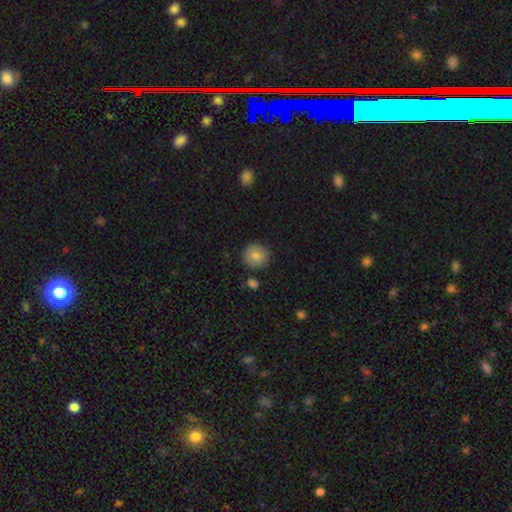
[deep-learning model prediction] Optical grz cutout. It shows a smooth galaxy with no disk features (83%) that is round (92%). Merging: none (85%).